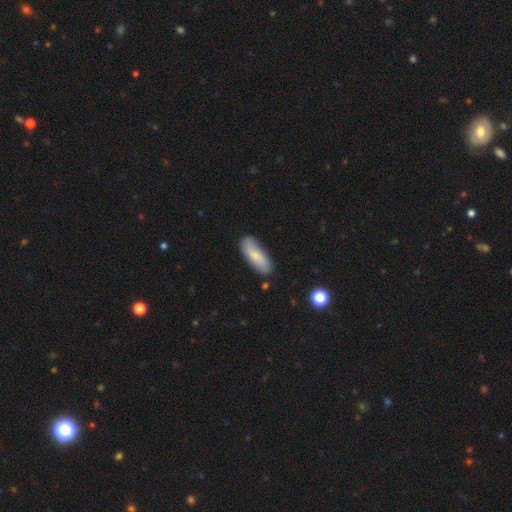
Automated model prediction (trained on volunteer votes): smooth 72%, featured or disk 22%, star or artifact 6%. Down the decision tree: how rounded — in between (64%); merging — none (81%).